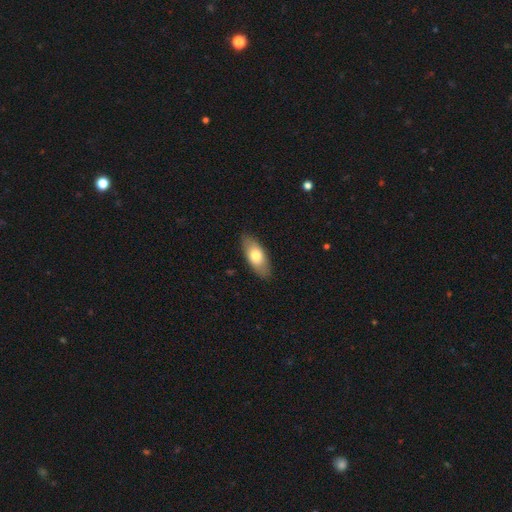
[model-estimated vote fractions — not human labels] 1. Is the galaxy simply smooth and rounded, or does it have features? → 72% smooth, 23% featured or disk, 6% star or artifact.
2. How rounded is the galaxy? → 83% in between, 14% cigar-shaped, 3% round.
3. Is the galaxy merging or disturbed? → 87% none, 10% minor disturbance, 2% major disturbance, 1% merger.